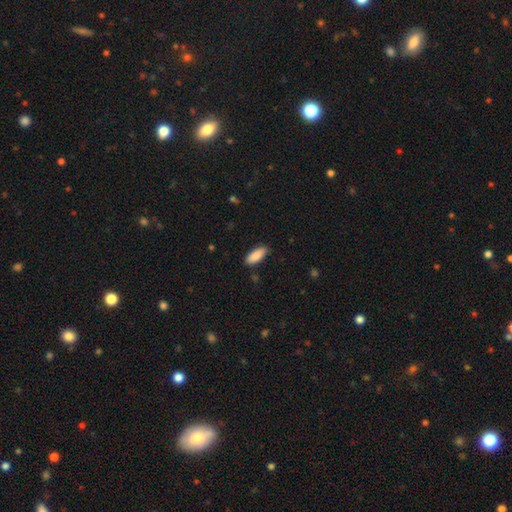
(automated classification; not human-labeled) Smooth or featured?
  - smooth: 88% *
  - featured or disk: 6%
  - star or artifact: 6%
How rounded?
  - in between: 78% *
  - cigar-shaped: 20%
  - round: 2%
Merging?
  - none: 83% *
  - minor disturbance: 13%
  - major disturbance: 2%
  - merger: 1%